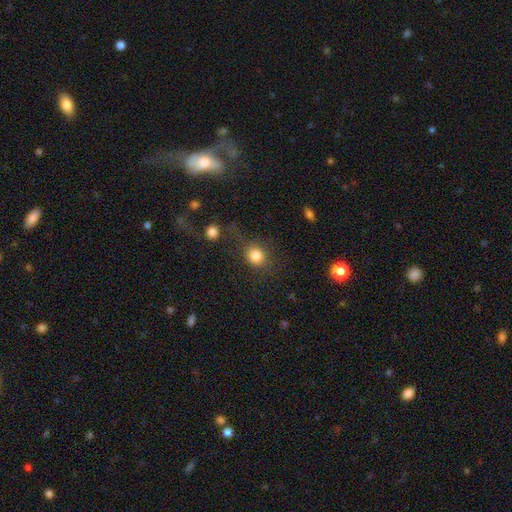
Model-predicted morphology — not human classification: This is clearly a smooth galaxy (82%). How rounded: clearly round (84%). Merging: likely none (63%).